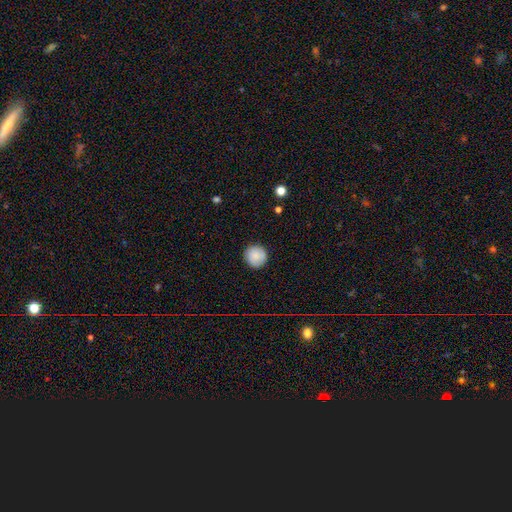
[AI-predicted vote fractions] Q: Smooth or featured?
A: smooth (87%); runner-up: star or artifact (8%)
Q: How rounded?
A: round (95%); runner-up: in between (4%)
Q: Merging?
A: none (90%); runner-up: minor disturbance (7%)